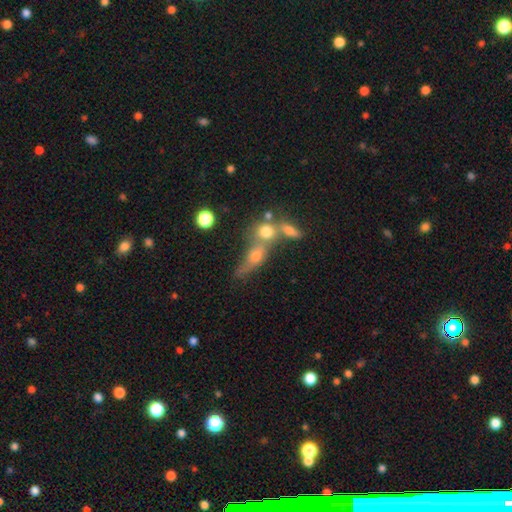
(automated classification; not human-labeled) A smooth galaxy with no disk features (58%) that is in between round and cigar-shaped (41%). Merging: merger (53%).